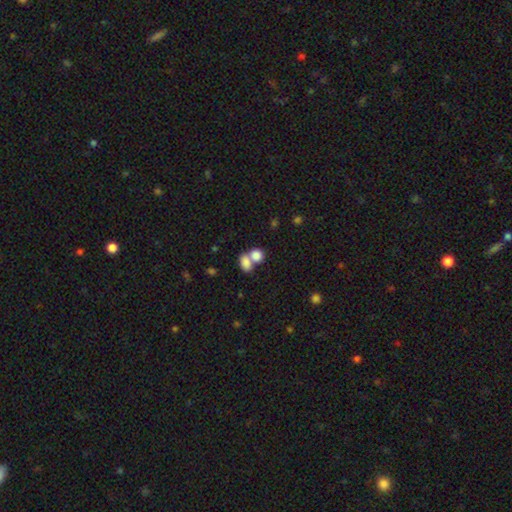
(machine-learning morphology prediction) Q: Smooth or featured?
A: smooth (82%); runner-up: featured or disk (9%)
Q: How rounded?
A: in between (59%); runner-up: round (39%)
Q: Merging?
A: merger (60%); runner-up: none (29%)